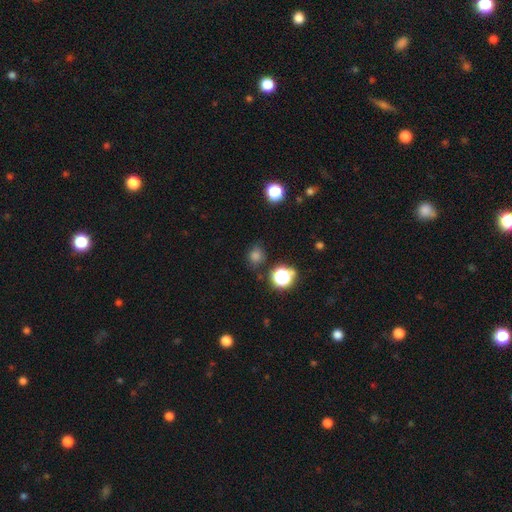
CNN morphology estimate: A smooth galaxy with no disk features (68%) that is round (82%). Merging: none (82%).